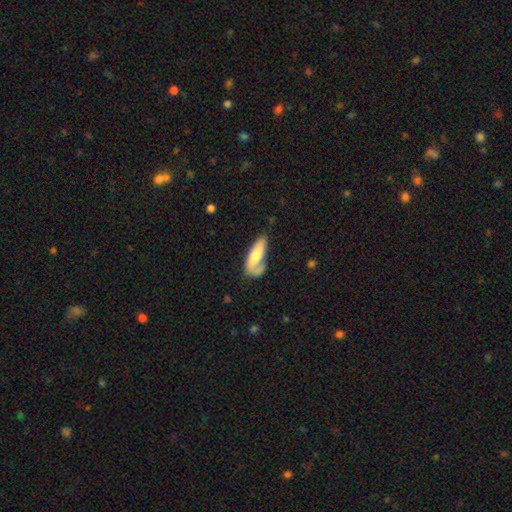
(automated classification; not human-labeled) Morphology: type=smooth (64%); roundness=in between (68%); merging=none (41%).